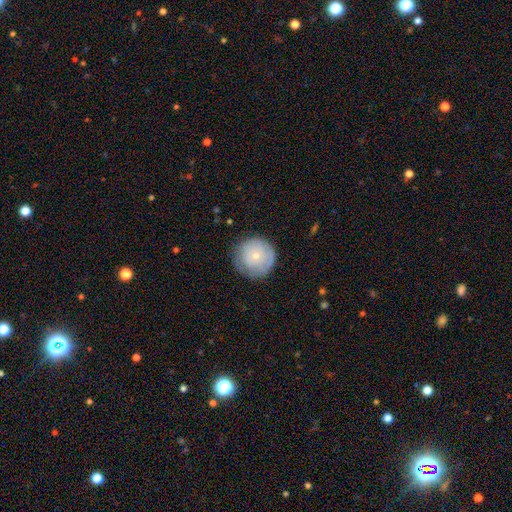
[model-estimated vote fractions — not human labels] smooth_or_featured: smooth (p=0.60) [alt: featured or disk p=0.33]
how_rounded: round (p=0.95) [alt: in between p=0.04]
merging: none (p=0.76) [alt: minor disturbance p=0.17]